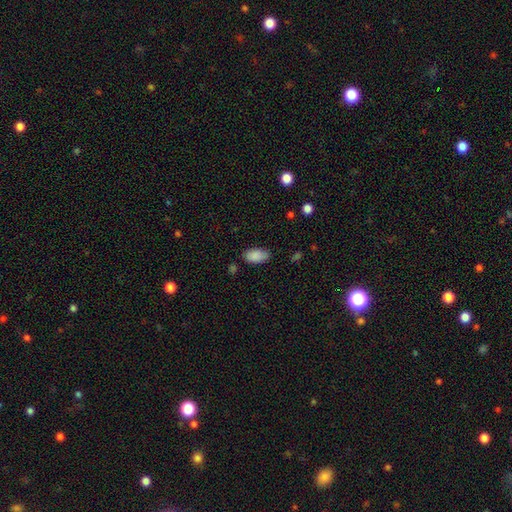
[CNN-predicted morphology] Smooth or featured? Predicted: smooth (p=0.88). How rounded? Predicted: in between (p=0.94). Merging? Predicted: none (p=0.79).